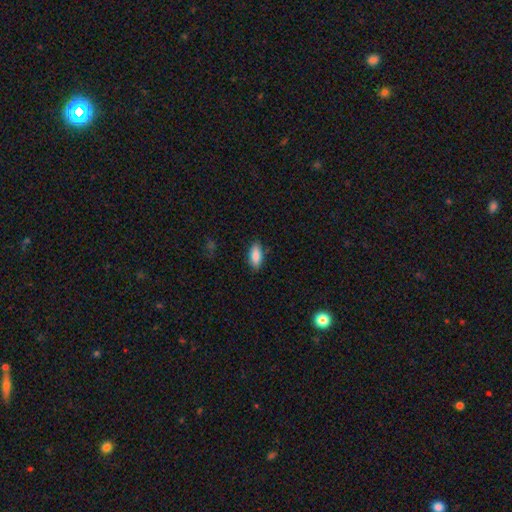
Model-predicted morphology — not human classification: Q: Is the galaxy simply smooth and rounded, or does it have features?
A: smooth — 88%.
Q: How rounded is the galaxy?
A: in between — 87%.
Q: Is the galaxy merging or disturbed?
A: none — 84%.